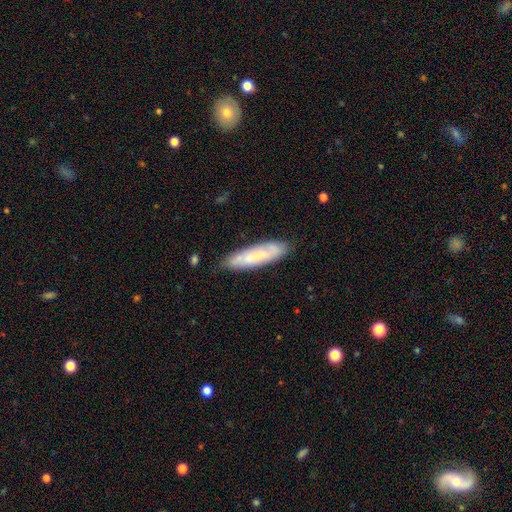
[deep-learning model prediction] This is possibly a smooth galaxy (51%). How rounded: likely cigar-shaped (71%). Merging: clearly none (80%).